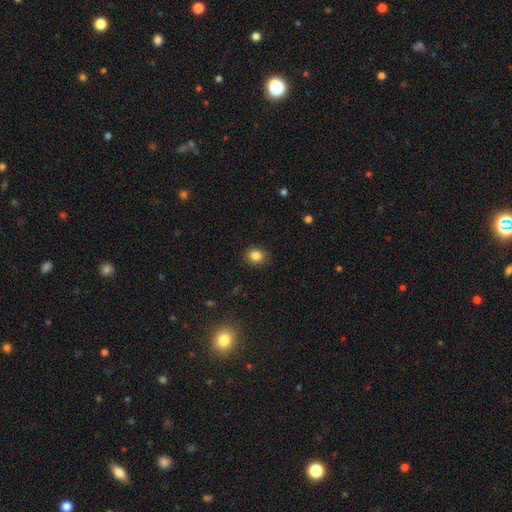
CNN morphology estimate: smooth_or_featured: smooth (p=0.84) [alt: star or artifact p=0.11]
how_rounded: round (p=0.60) [alt: in between p=0.39]
merging: none (p=0.86) [alt: minor disturbance p=0.10]